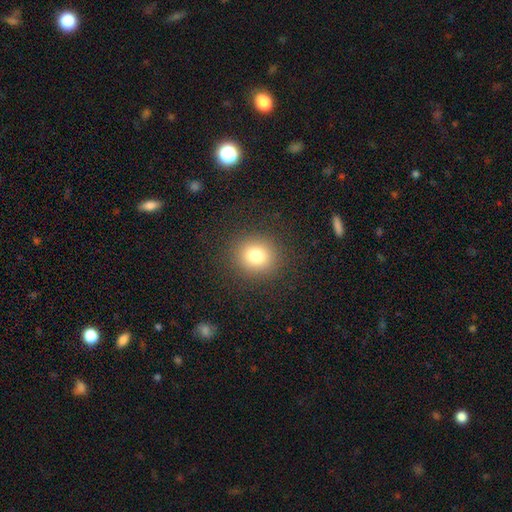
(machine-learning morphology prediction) A smooth galaxy with no disk features (78%) that is round (85%).

Vote fractions:
- Smooth or featured? smooth: 78% / star or artifact: 14% / featured or disk: 8%
- How rounded? round: 85% / in between: 14% / cigar-shaped: 1%
- Merging? none: 89% / minor disturbance: 6% / major disturbance: 3% / merger: 1%